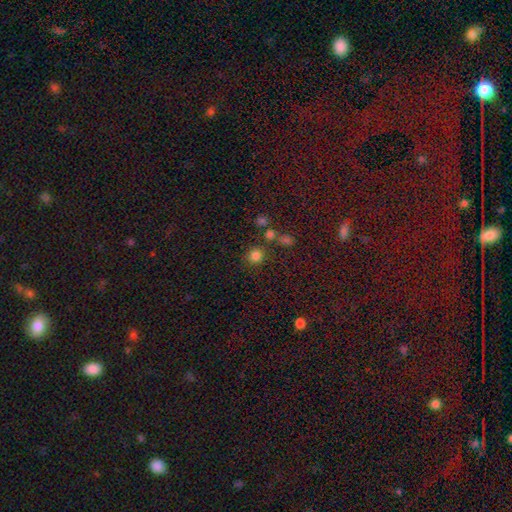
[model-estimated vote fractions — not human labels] This is likely a smooth galaxy (79%). How rounded: clearly round (90%). Merging: likely none (78%).